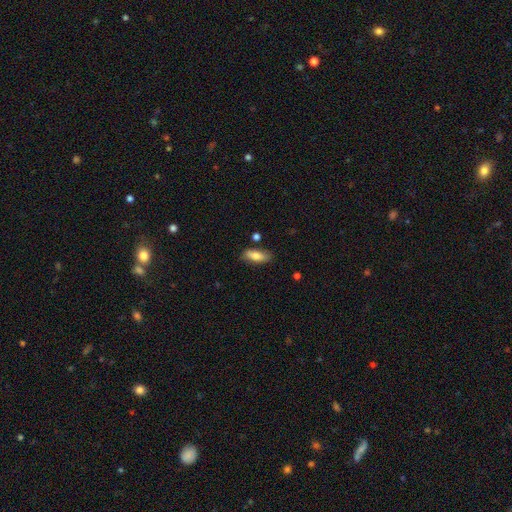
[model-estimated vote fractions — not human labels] smooth 80%, featured or disk 14%, star or artifact 7%. Down the decision tree: how rounded — in between (76%); merging — none (79%).